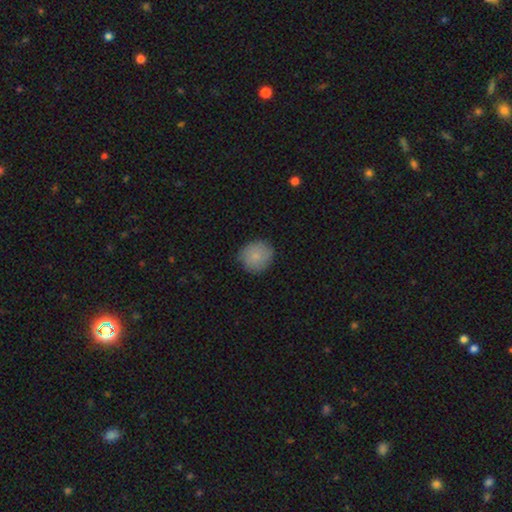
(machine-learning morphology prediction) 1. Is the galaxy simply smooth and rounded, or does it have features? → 82% smooth, 11% featured or disk, 7% star or artifact.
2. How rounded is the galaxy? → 86% round, 13% in between, 1% cigar-shaped.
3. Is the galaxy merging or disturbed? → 83% none, 14% minor disturbance, 3% major disturbance, 1% merger.